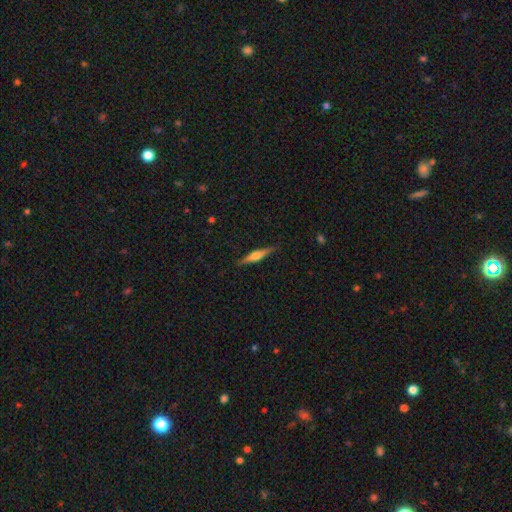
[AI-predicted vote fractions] Smooth or featured?
  - featured or disk: 65% *
  - smooth: 28%
  - star or artifact: 6%
Edge-on disk?
  - yes: 97% *
  - no: 3%
Edge-on bulge?
  - rounded: 89% *
  - boxy: 7%
  - none: 4%
Merging?
  - none: 89% *
  - minor disturbance: 8%
  - major disturbance: 2%
  - merger: 1%